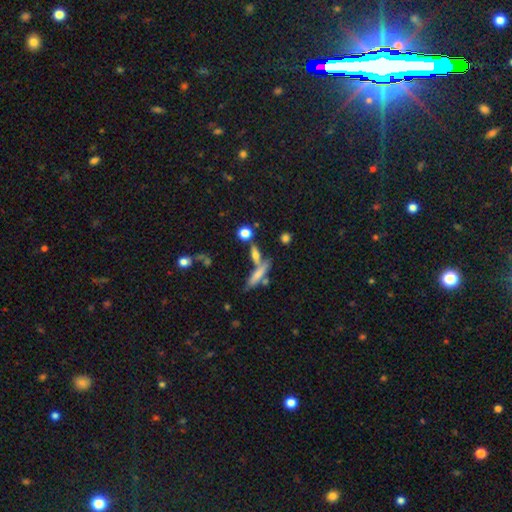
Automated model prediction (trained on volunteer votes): smooth-or-featured: smooth: 54% | featured or disk: 30% | star or artifact: 17%
  how-rounded: cigar-shaped: 66% | in between: 19% | round: 15%
  merging: none: 58% | merger: 25% | minor disturbance: 11% | major disturbance: 6%